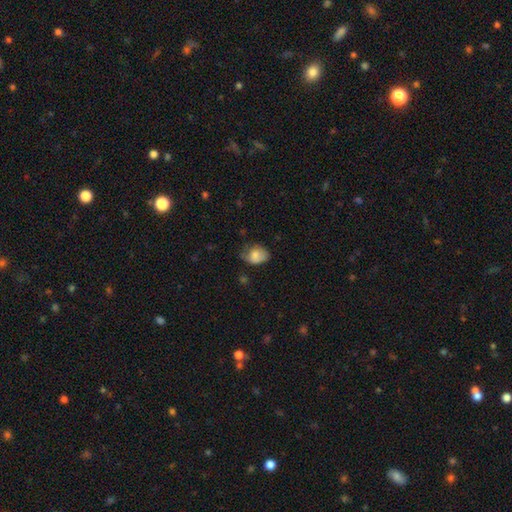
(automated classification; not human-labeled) smooth 77%, featured or disk 15%, star or artifact 8%. Down the decision tree: how rounded — in between (66%); merging — none (44%).